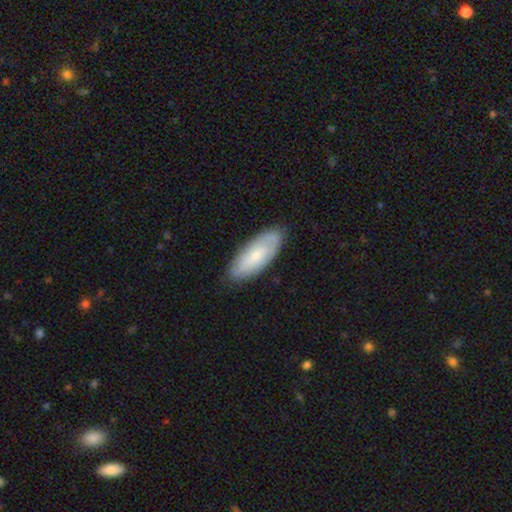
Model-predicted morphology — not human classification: smooth_or_featured: smooth (p=0.57) [alt: featured or disk p=0.38]
how_rounded: in between (p=0.79) [alt: cigar-shaped p=0.19]
merging: none (p=0.82) [alt: minor disturbance p=0.14]